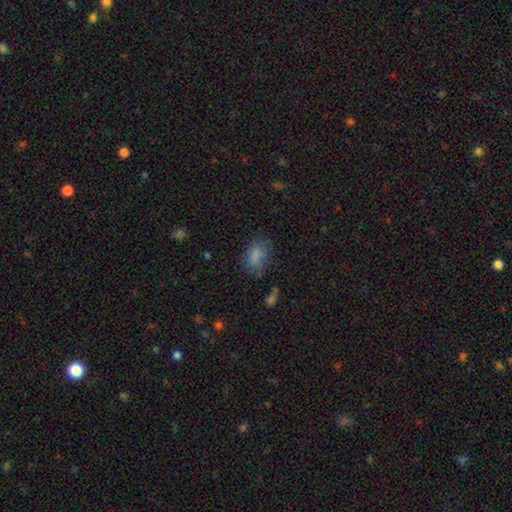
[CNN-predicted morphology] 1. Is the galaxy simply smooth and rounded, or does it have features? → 80% smooth, 11% star or artifact, 9% featured or disk.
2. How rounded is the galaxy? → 87% in between, 10% round, 4% cigar-shaped.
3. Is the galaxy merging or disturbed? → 66% none, 22% minor disturbance, 9% major disturbance, 3% merger.